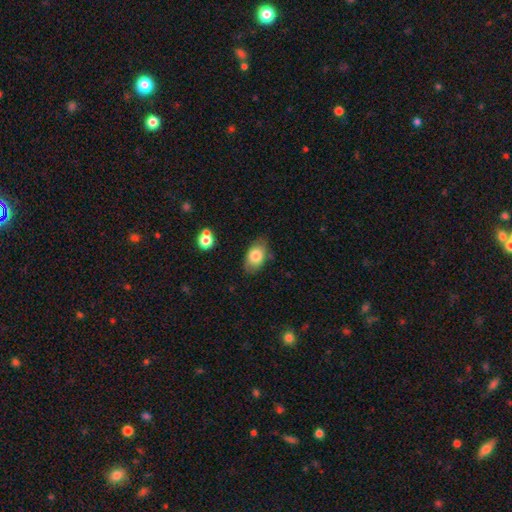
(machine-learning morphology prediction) smooth-or-featured: smooth: 76% | featured or disk: 16% | star or artifact: 8%
  how-rounded: in between: 89% | round: 9% | cigar-shaped: 2%
  merging: none: 71% | minor disturbance: 22% | major disturbance: 5% | merger: 2%